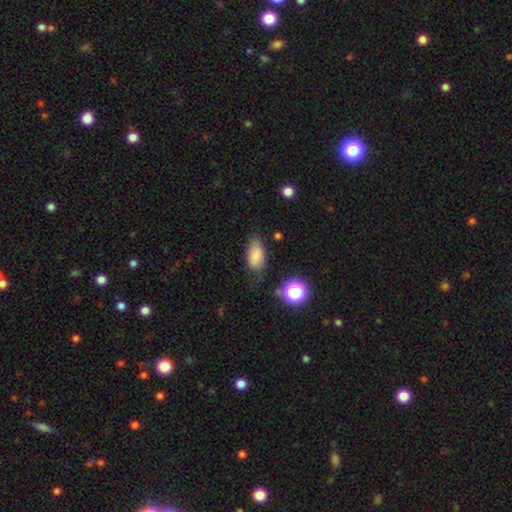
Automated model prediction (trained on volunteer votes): This is likely a smooth galaxy (78%). How rounded: clearly in between (90%). Merging: possibly none (58%).